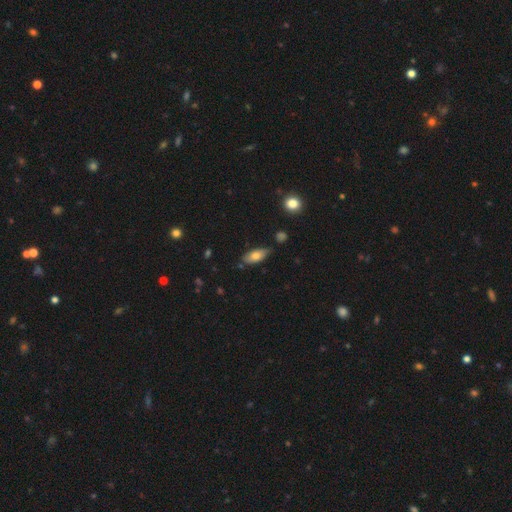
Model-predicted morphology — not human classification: A smooth galaxy with no disk features (71%) that is in between round and cigar-shaped (82%). Merging: none (72%).